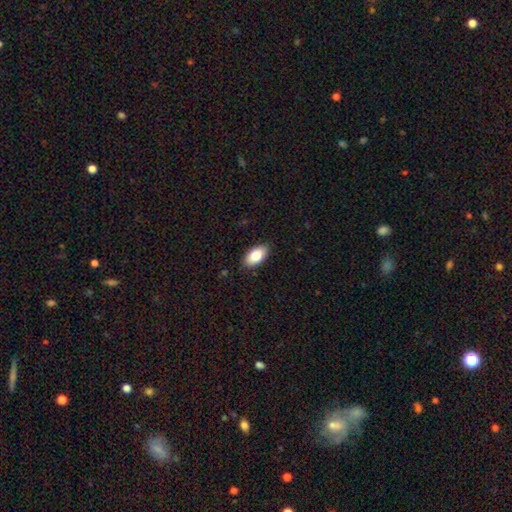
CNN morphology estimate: A smooth galaxy with no disk features (84%) that is in between round and cigar-shaped (93%). Merging: none (86%).